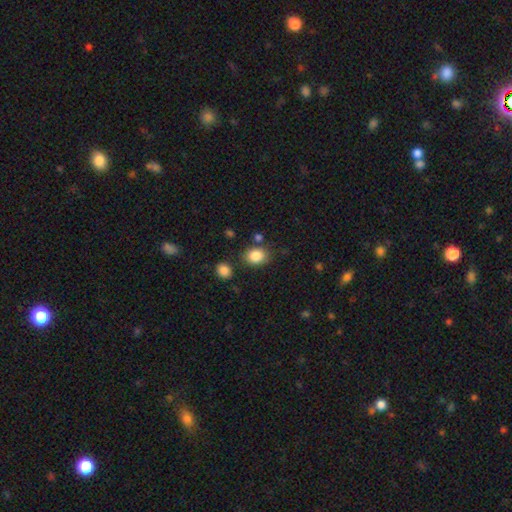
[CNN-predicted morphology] smooth 86%, star or artifact 9%, featured or disk 5%. Down the decision tree: how rounded — in between (51%); merging — none (77%).